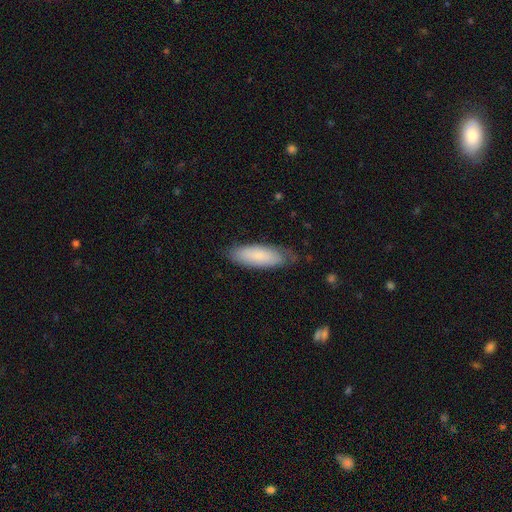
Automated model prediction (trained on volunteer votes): Overall: smooth (78%). How rounded: in between (63%; cigar-shaped 36%). Merging: none (72%).